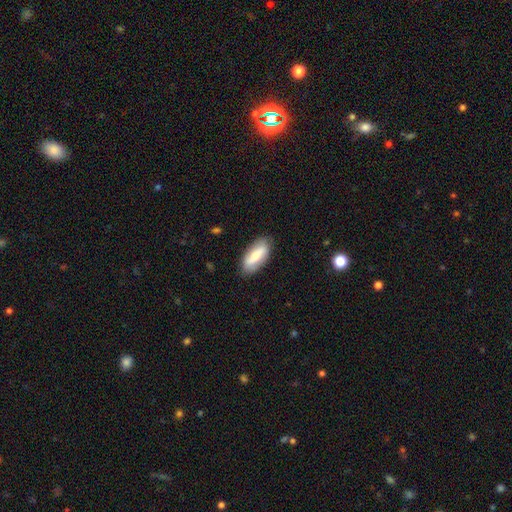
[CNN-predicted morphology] smooth-or-featured: smooth: 57% | featured or disk: 37% | star or artifact: 6%
  how-rounded: in between: 83% | cigar-shaped: 14% | round: 3%
  merging: none: 84% | minor disturbance: 12% | major disturbance: 3% | merger: 1%